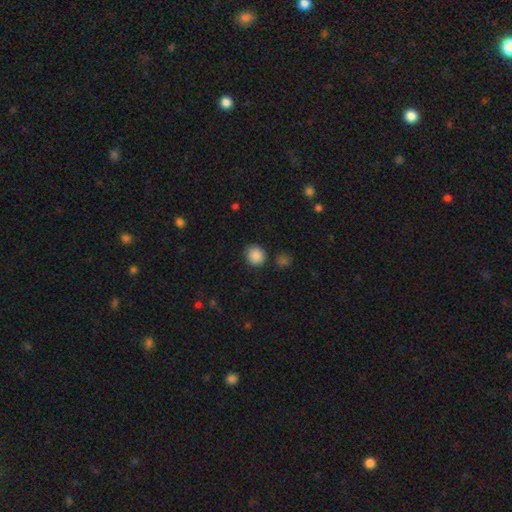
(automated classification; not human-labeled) A smooth galaxy with no disk features (88%) that is round (87%).

Vote fractions:
- Smooth or featured? smooth: 88% / star or artifact: 9% / featured or disk: 3%
- How rounded? round: 87% / in between: 12% / cigar-shaped: 1%
- Merging? none: 85% / minor disturbance: 8% / merger: 4% / major disturbance: 3%